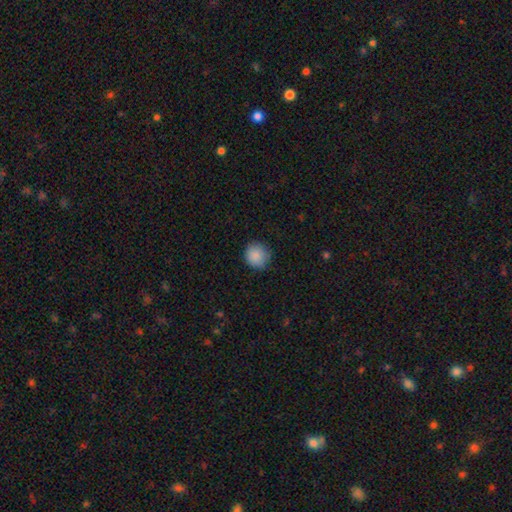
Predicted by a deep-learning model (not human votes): The model was most divided on "merging": none: 83%, minor disturbance: 13%, major disturbance: 3%, merger: 1%. More confident: how rounded — round (92%); smooth or featured — smooth (87%).